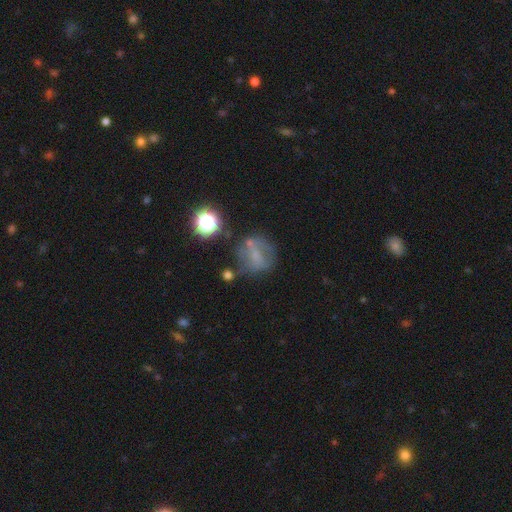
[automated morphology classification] The model was most divided on "smooth or featured": smooth: 44%, featured or disk: 36%, star or artifact: 20%. More confident: merging — none (53%).